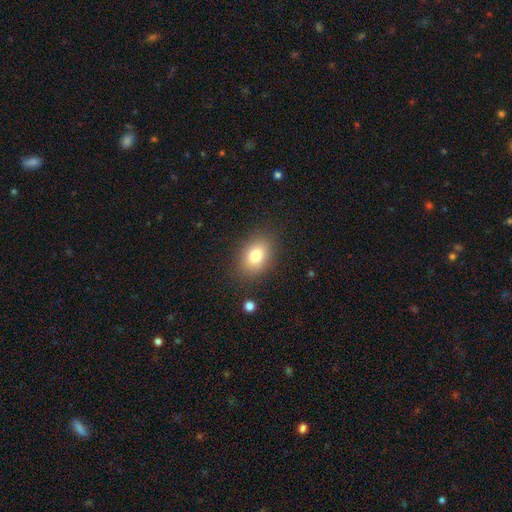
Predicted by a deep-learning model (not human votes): smooth_or_featured: smooth (p=0.79) [alt: featured or disk p=0.11]
how_rounded: in between (p=0.75) [alt: round p=0.24]
merging: none (p=0.85) [alt: minor disturbance p=0.10]